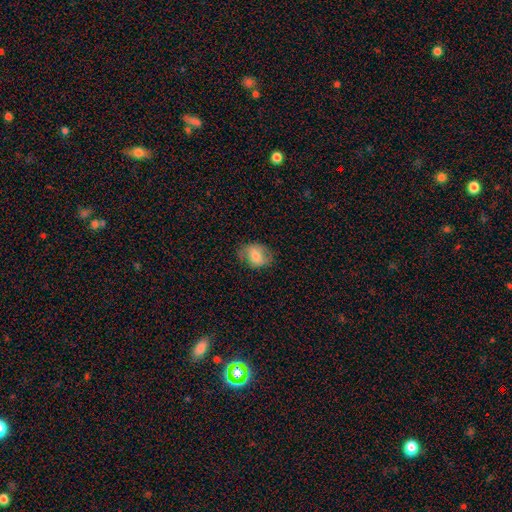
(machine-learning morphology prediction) Overall: smooth (57%; featured or disk 35%). How rounded: in between (67%; round 32%). Merging: none (72%).